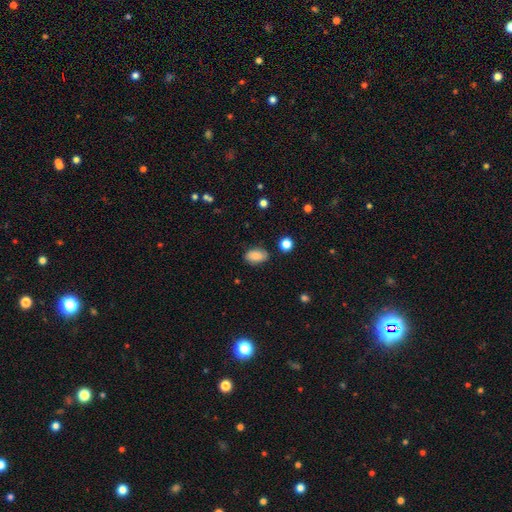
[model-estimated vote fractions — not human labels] This is clearly a smooth galaxy (85%). How rounded: clearly in between (90%). Merging: clearly none (81%).